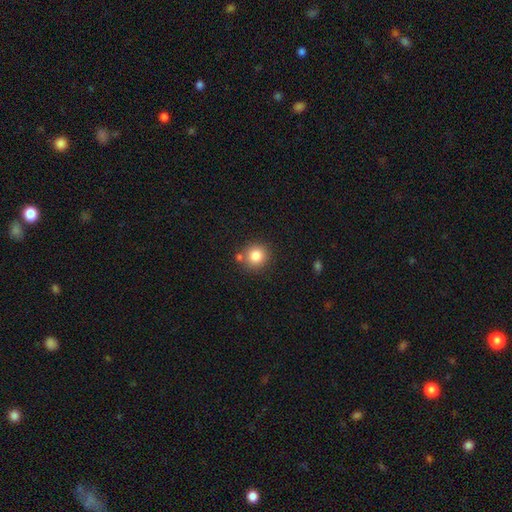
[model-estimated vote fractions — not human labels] smooth_or_featured: smooth (p=0.82) [alt: star or artifact p=0.11]
how_rounded: round (p=0.91) [alt: in between p=0.08]
merging: none (p=0.78) [alt: merger p=0.10]